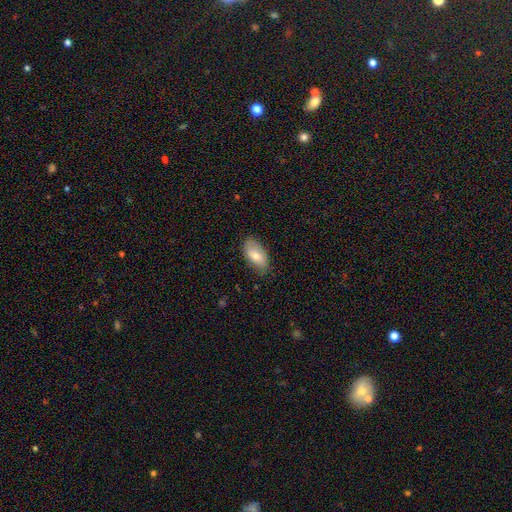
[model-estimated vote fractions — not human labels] Overall: smooth (71%). How rounded: in between (93%). Merging: none (79%).